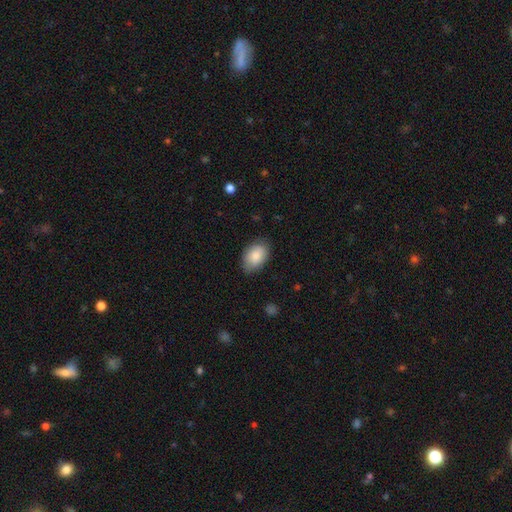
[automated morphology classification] This is clearly a smooth galaxy (86%). How rounded: clearly in between (89%). Merging: clearly none (81%).